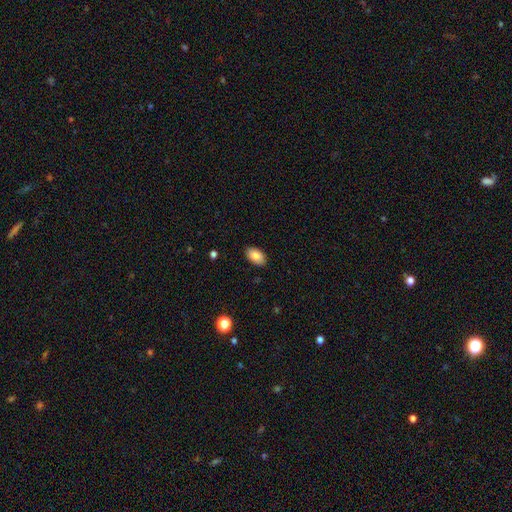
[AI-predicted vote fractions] Smooth or featured? smooth (86%)
How rounded? in between (93%)
Merging? none (88%)